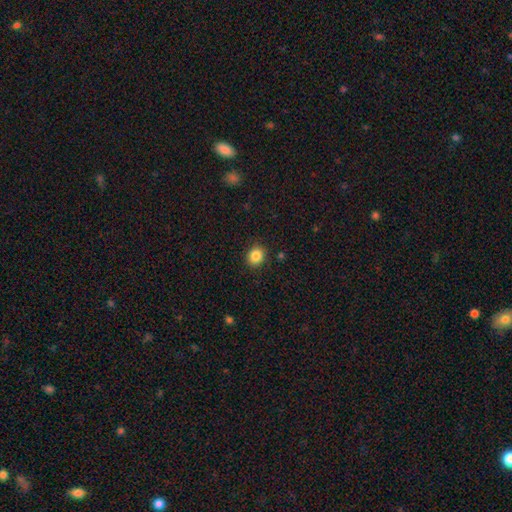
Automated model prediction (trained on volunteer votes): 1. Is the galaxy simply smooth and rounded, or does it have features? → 85% smooth, 10% star or artifact, 5% featured or disk.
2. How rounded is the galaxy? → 75% round, 24% in between, 1% cigar-shaped.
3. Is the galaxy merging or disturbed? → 89% none, 7% minor disturbance, 2% major disturbance, 1% merger.